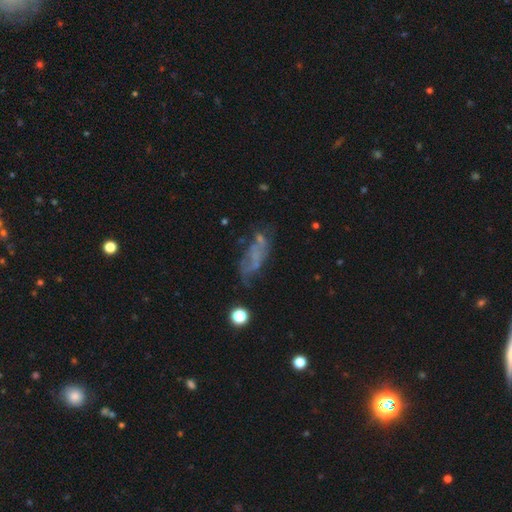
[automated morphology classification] The model was most divided on "smooth or featured": featured or disk: 45%, smooth: 36%, star or artifact: 19%. Remaining: merging — none (44%).